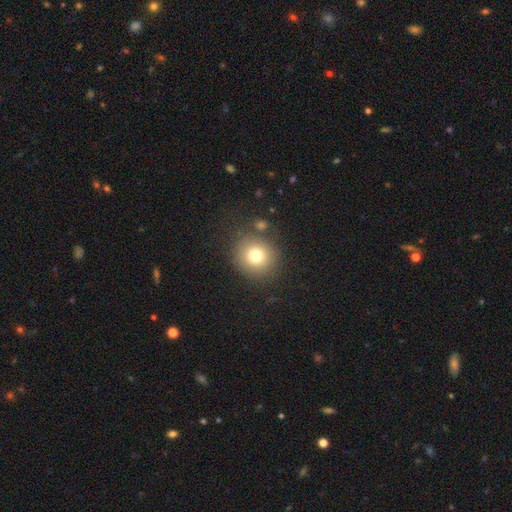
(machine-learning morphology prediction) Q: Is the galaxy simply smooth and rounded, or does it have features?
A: smooth — 76%.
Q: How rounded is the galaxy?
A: round — 88%.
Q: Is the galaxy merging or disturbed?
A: none — 80%.